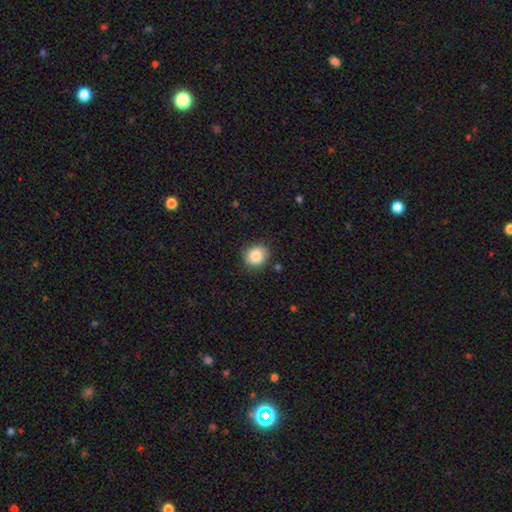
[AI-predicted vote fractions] Morphology: type=smooth (86%); roundness=round (81%); merging=none (87%).